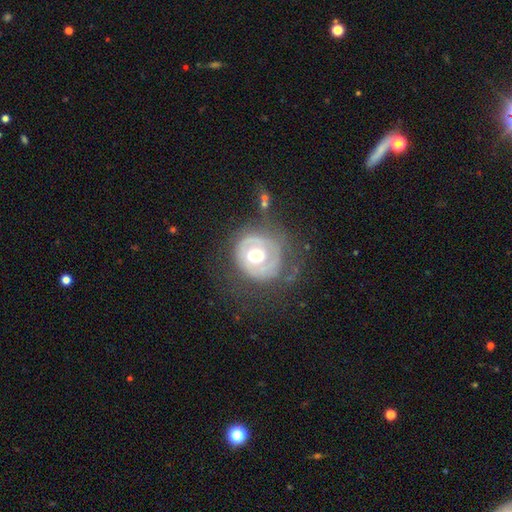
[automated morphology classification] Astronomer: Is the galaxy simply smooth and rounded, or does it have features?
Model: featured or disk — 68%.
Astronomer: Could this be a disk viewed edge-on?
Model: no — 97%.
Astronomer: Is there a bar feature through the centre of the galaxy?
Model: no — 67%.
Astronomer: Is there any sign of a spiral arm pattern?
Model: yes — 53% (runner-up: no, 47%).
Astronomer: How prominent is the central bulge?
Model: moderate — 61%.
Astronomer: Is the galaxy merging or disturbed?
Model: none — 55%.